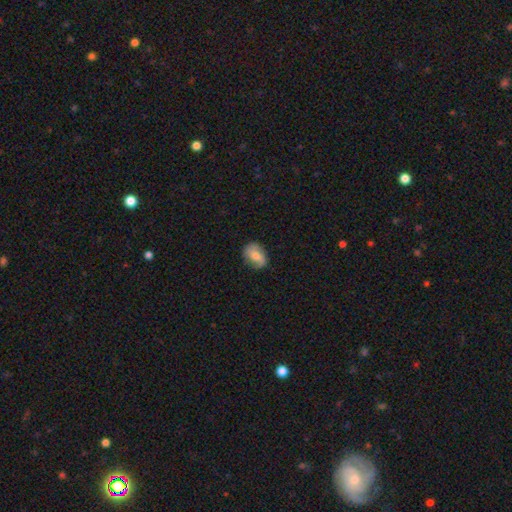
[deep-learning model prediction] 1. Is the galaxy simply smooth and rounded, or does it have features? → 54% smooth, 38% featured or disk, 8% star or artifact.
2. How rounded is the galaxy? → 71% in between, 28% round, 2% cigar-shaped.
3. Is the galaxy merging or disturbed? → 72% none, 22% minor disturbance, 6% major disturbance, 1% merger.